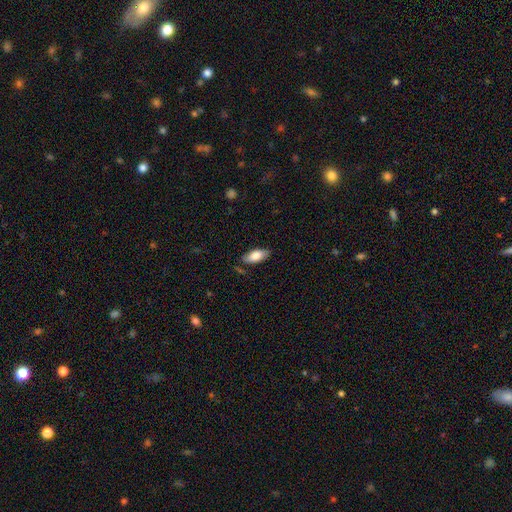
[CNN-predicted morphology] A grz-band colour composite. It shows a smooth galaxy with no disk features (79%) that is in between round and cigar-shaped (84%). Merging: none (80%).